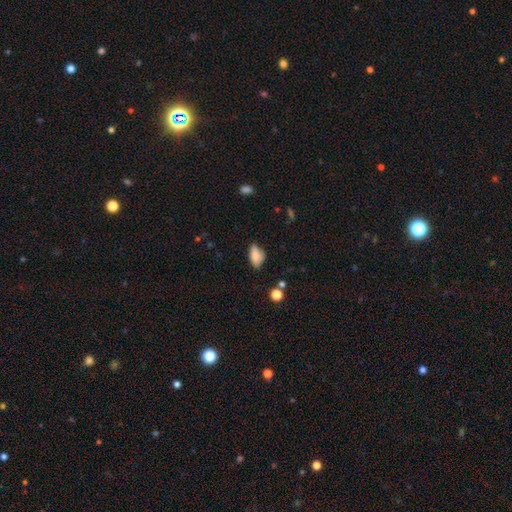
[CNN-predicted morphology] A smooth galaxy with no disk features (82%) that is in between round and cigar-shaped (89%). Merging: none (62%).